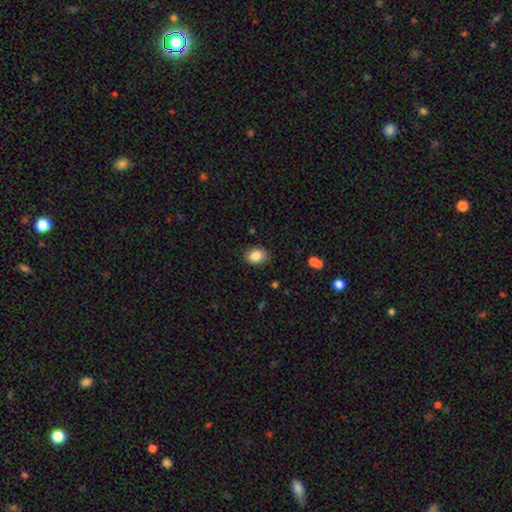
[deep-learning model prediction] smooth_or_featured: smooth (p=0.86) [alt: star or artifact p=0.08]
how_rounded: in between (p=0.69) [alt: round p=0.30]
merging: none (p=0.85) [alt: minor disturbance p=0.11]